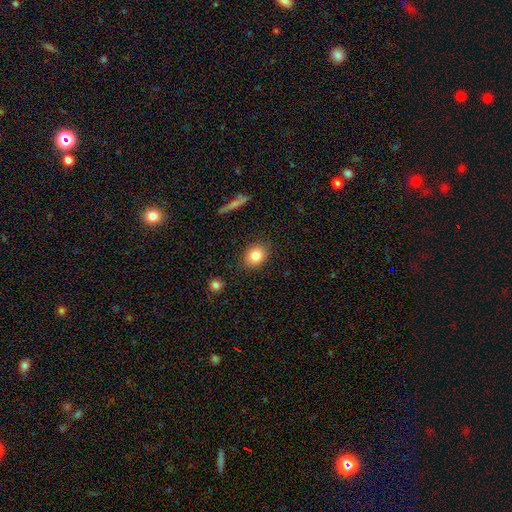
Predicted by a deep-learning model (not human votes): Q: Smooth or featured?
A: smooth (82%); runner-up: star or artifact (9%)
Q: How rounded?
A: in between (51%); runner-up: round (48%)
Q: Merging?
A: none (85%); runner-up: minor disturbance (10%)